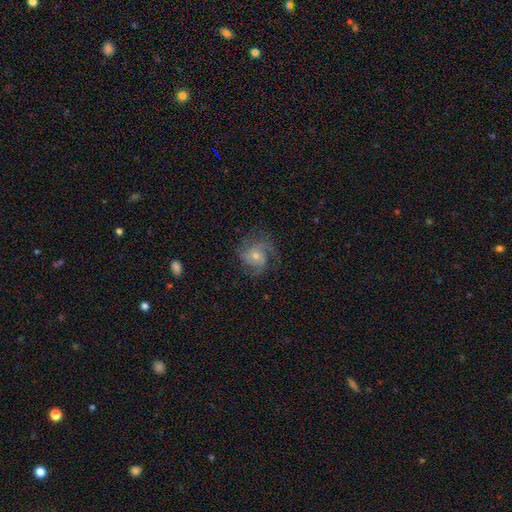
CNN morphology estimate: This appears to be a featured or disk galaxy (77%) with no bar (73%), 3 (37%) medium (48%) spiral arms (94%) and a small central bulge (54%). Merging: none (69%).